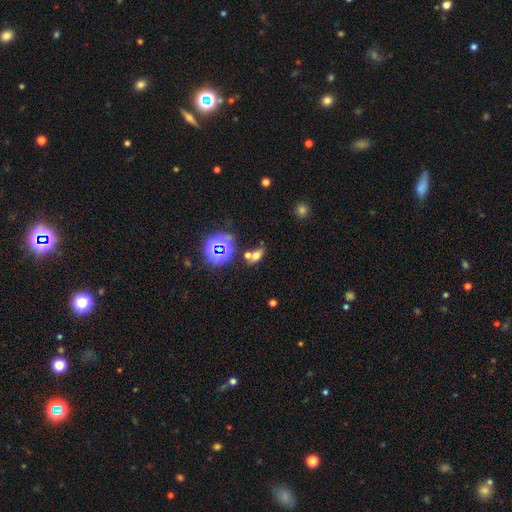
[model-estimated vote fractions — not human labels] A smooth galaxy with no disk features (58%) that is in between round and cigar-shaped (77%).

Vote fractions:
- Smooth or featured? smooth: 58% / star or artifact: 27% / featured or disk: 14%
- How rounded? in between: 77% / round: 17% / cigar-shaped: 6%
- Merging? none: 52% / merger: 28% / minor disturbance: 14% / major disturbance: 7%